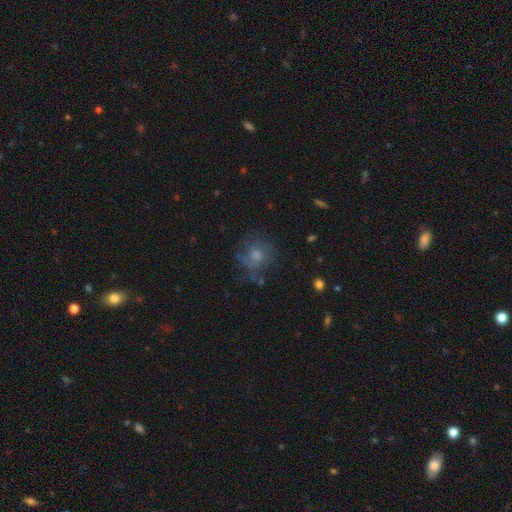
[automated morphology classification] smooth_or_featured: featured or disk (p=0.45) [alt: smooth p=0.42]
merging: none (p=0.60) [alt: minor disturbance p=0.21]